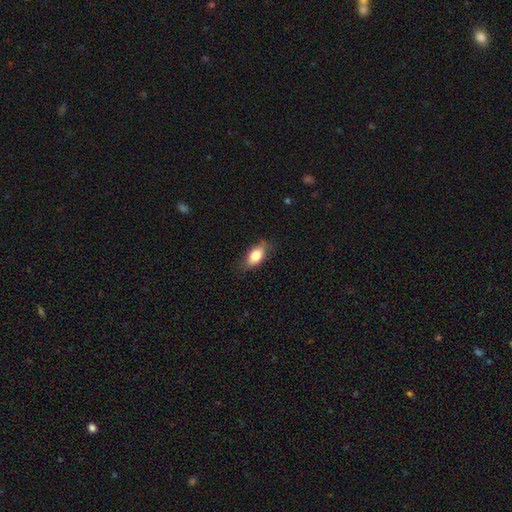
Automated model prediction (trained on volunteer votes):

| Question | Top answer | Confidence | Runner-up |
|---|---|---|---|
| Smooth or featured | smooth | 76% | featured or disk (16%) |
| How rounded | in between | 85% | cigar-shaped (8%) |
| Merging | none | 77% | minor disturbance (19%) |